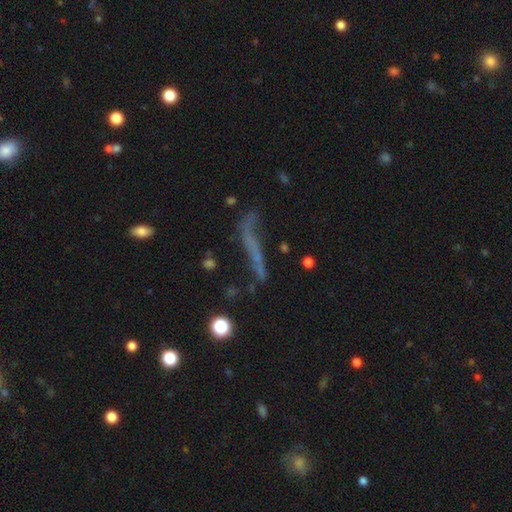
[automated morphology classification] A featured or disk galaxy (48%). Merging: none (45%).